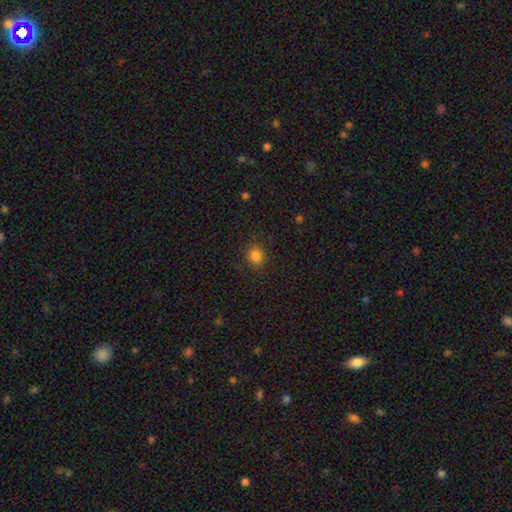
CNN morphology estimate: This is clearly a smooth galaxy (83%). How rounded: clearly round (83%). Merging: clearly none (87%).